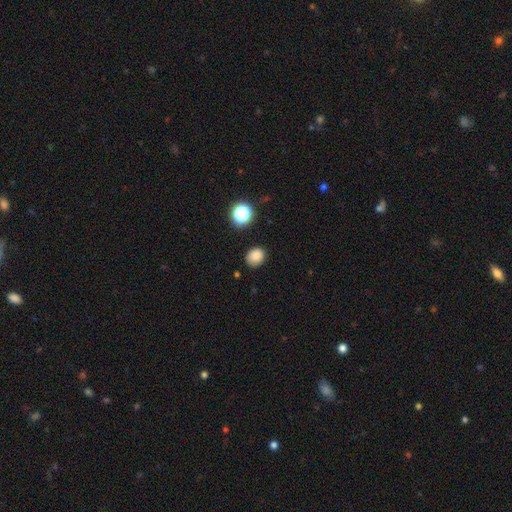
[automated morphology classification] Overall: smooth (83%). How rounded: round (59%; in between 40%). Merging: none (82%).